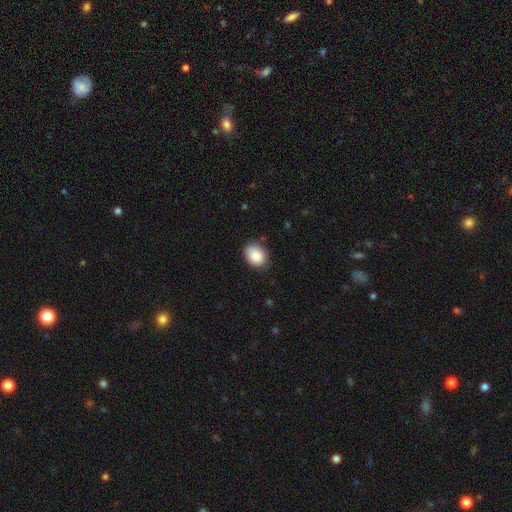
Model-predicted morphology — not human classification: Smooth or featured?
  - smooth: 89% *
  - star or artifact: 7%
  - featured or disk: 4%
How rounded?
  - in between: 62% *
  - round: 37%
  - cigar-shaped: 1%
Merging?
  - none: 81% *
  - minor disturbance: 15%
  - major disturbance: 3%
  - merger: 1%